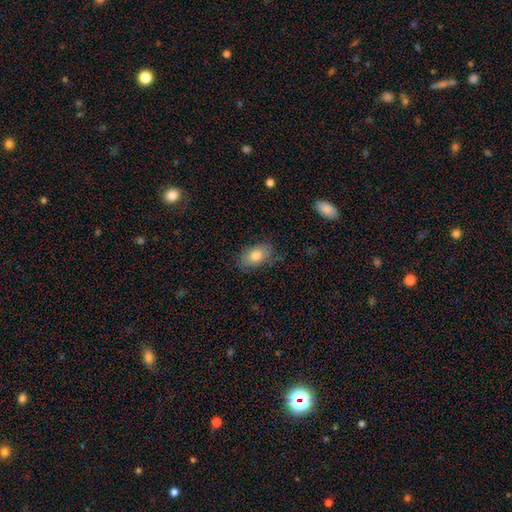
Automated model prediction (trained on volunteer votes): A smooth galaxy with no disk features (81%) that is in between round and cigar-shaped (89%). Merging: none (76%).